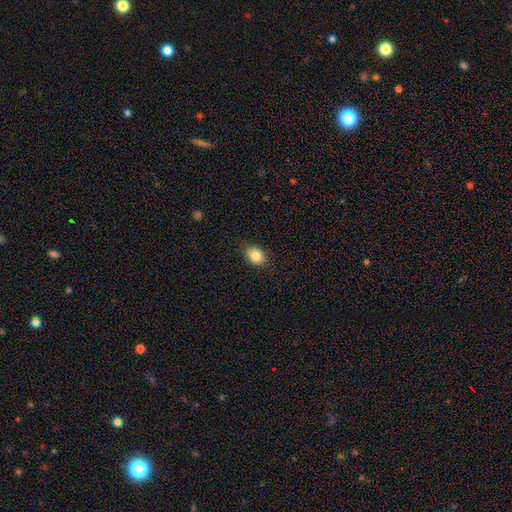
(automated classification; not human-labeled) A smooth galaxy with no disk features (85%) that is in between round and cigar-shaped (72%).

Vote fractions:
- Smooth or featured? smooth: 85% / star or artifact: 9% / featured or disk: 7%
- How rounded? in between: 72% / round: 27% / cigar-shaped: 1%
- Merging? none: 86% / minor disturbance: 11% / major disturbance: 2% / merger: 1%